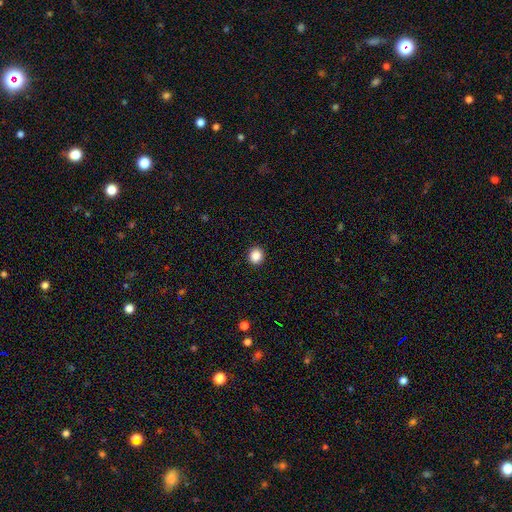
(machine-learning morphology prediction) A smooth galaxy with no disk features (87%) that is round (88%). Merging: none (93%).